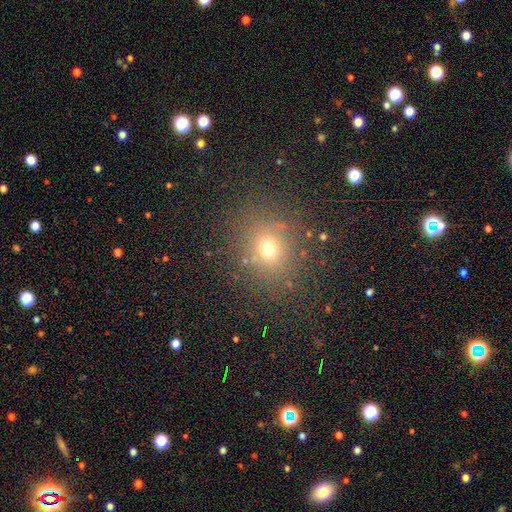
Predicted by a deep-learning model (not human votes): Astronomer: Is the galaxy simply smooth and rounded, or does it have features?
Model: smooth — 60%.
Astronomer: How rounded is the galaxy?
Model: round — 74%.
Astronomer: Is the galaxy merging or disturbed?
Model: none — 85%.